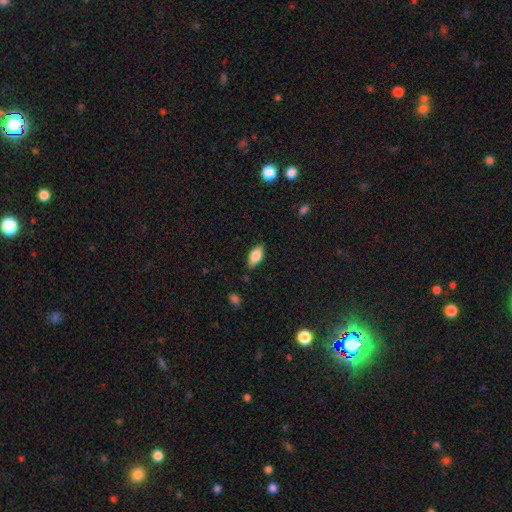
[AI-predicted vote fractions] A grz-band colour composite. It shows a smooth galaxy with no disk features (81%) that is in between round and cigar-shaped (90%). Merging: none (84%).